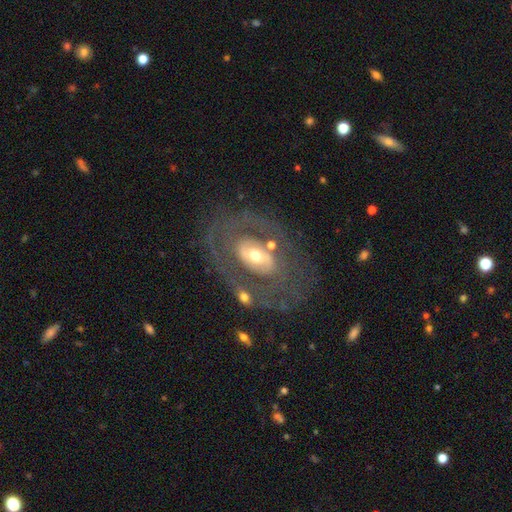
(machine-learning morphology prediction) A featured or disk galaxy (76%) with no bar (53%), spiral arms (56%) and a moderate central bulge (60%). Merging: none (63%).